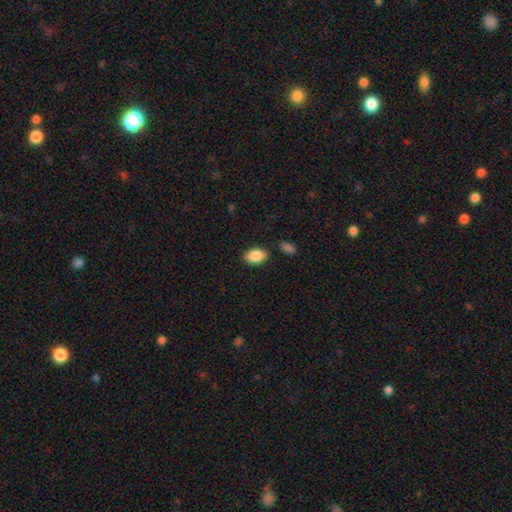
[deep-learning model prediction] Q: Smooth or featured?
A: smooth (88%); runner-up: star or artifact (7%)
Q: How rounded?
A: in between (88%); runner-up: round (10%)
Q: Merging?
A: none (84%); runner-up: minor disturbance (10%)